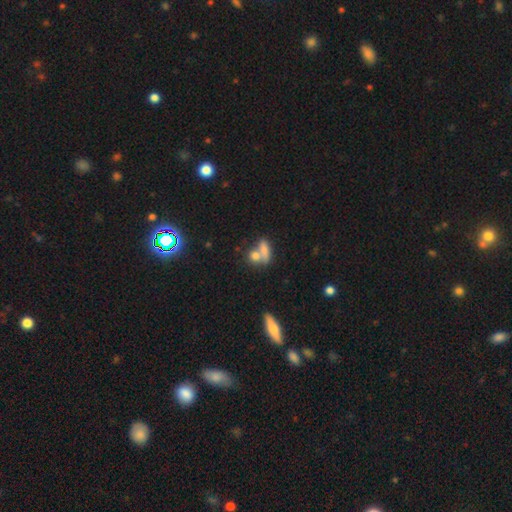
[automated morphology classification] Smooth or featured? smooth (77%)
How rounded? in between (45%)
Merging? merger (45%)